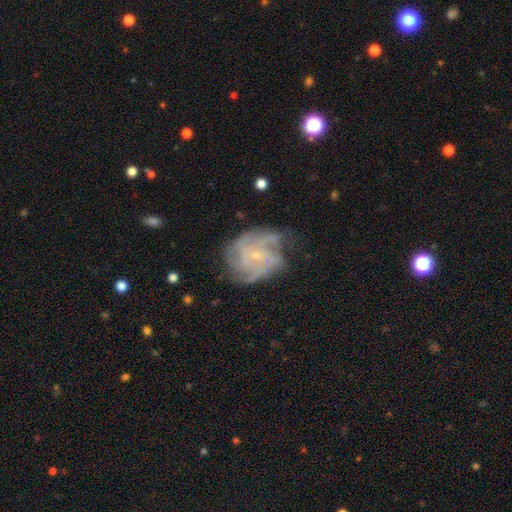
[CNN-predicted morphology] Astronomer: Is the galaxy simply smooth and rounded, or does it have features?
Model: featured or disk — 77%.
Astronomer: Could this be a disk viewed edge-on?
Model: no — 97%.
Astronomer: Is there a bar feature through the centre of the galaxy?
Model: no — 58% (runner-up: weak, 36%).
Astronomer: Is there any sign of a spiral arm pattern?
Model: yes — 88%.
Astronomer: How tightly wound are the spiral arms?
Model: medium — 41%, tied with tight at 41%.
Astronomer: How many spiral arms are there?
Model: can't tell — 36% (runner-up: 3, 22%).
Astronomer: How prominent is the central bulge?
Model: small — 75%.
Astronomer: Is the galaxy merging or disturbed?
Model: none — 56%.